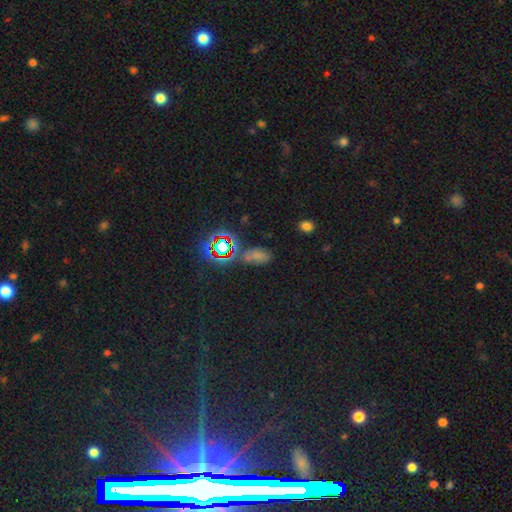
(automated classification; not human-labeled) A smooth galaxy with no disk features (47%). Merging: none (61%).